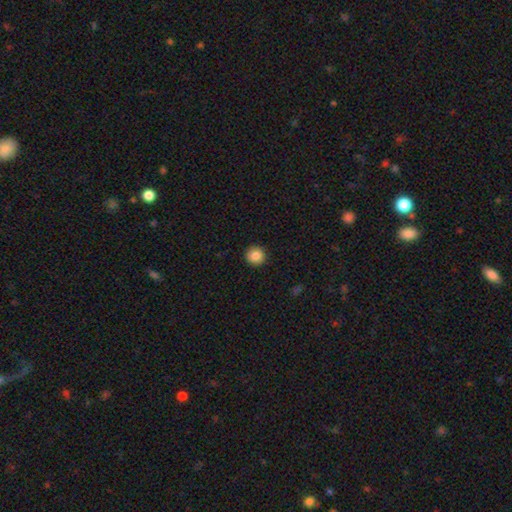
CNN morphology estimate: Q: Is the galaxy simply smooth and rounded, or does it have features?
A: smooth — 86%.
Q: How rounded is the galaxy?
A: round — 94%.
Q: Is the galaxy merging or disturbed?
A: none — 92%.